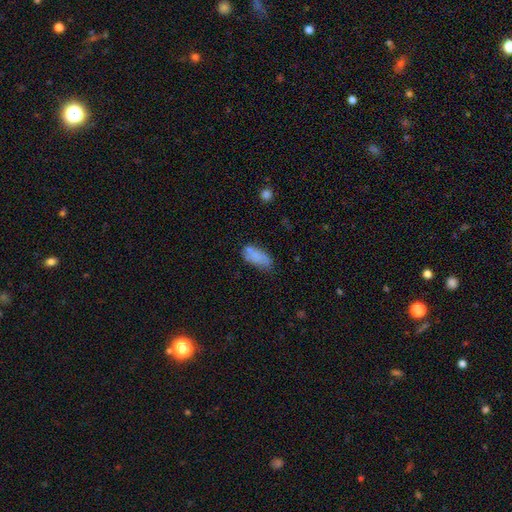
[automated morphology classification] Smooth or featured? smooth (74%)
How rounded? in between (87%)
Merging? none (52%)